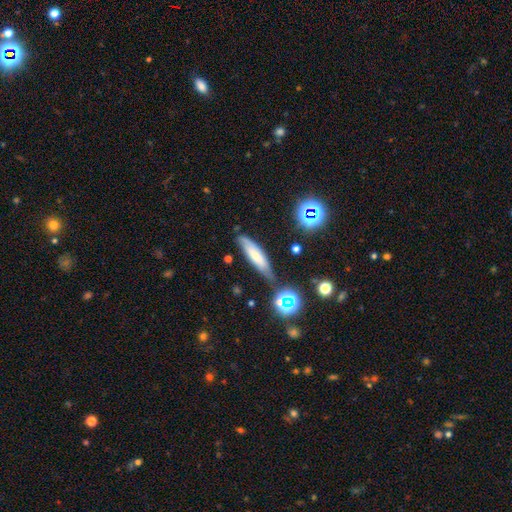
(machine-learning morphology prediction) smooth-or-featured: smooth: 57% | featured or disk: 32% | star or artifact: 11%
  how-rounded: cigar-shaped: 70% | in between: 28% | round: 2%
  merging: none: 69% | minor disturbance: 21% | major disturbance: 5% | merger: 5%